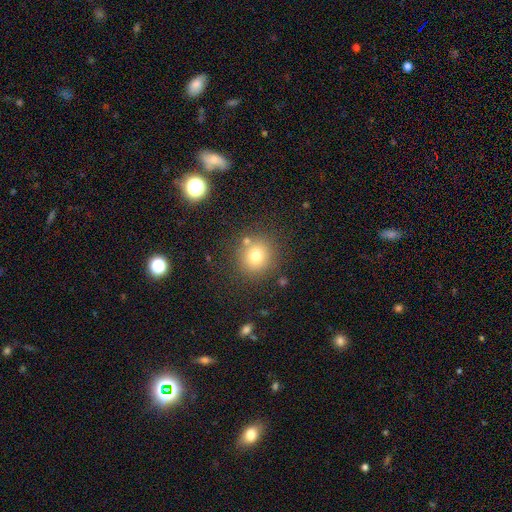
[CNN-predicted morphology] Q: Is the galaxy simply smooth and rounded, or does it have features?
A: smooth — 75%.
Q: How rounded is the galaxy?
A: round — 88%.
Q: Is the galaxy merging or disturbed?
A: none — 80%.